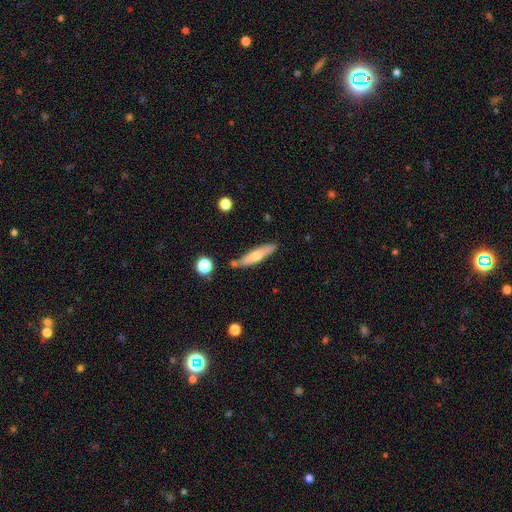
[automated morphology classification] A smooth galaxy with no disk features (55%) that is cigar-shaped (83%). Merging: none (79%).